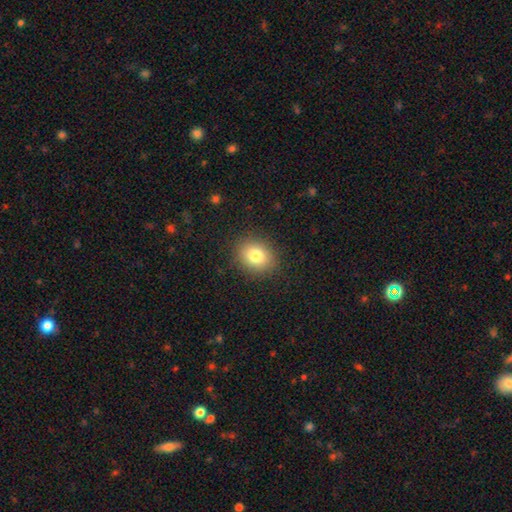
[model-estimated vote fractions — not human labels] smooth 81%, star or artifact 10%, featured or disk 9%. Down the decision tree: how rounded — round (56%); merging — none (88%).